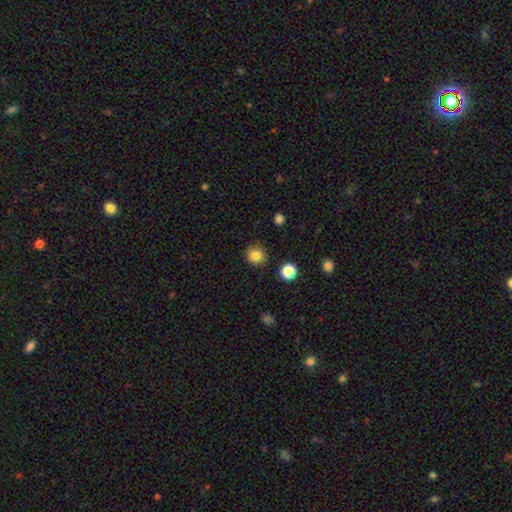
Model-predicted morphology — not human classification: Q: Smooth or featured?
A: smooth (83%); runner-up: star or artifact (11%)
Q: How rounded?
A: round (89%); runner-up: in between (10%)
Q: Merging?
A: none (88%); runner-up: minor disturbance (8%)